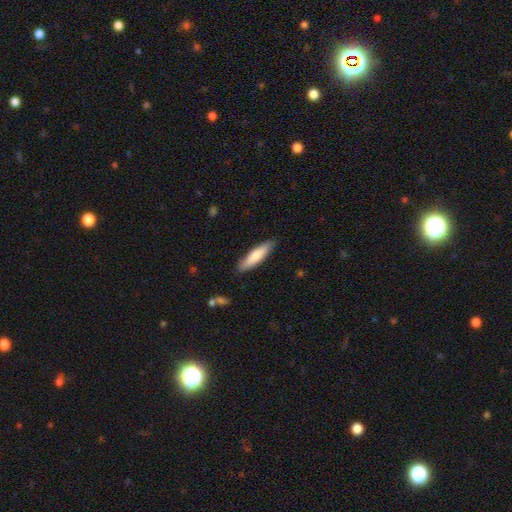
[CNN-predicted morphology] smooth_or_featured: smooth (p=0.76) [alt: featured or disk p=0.19]
how_rounded: cigar-shaped (p=0.73) [alt: in between p=0.26]
merging: none (p=0.87) [alt: minor disturbance p=0.10]